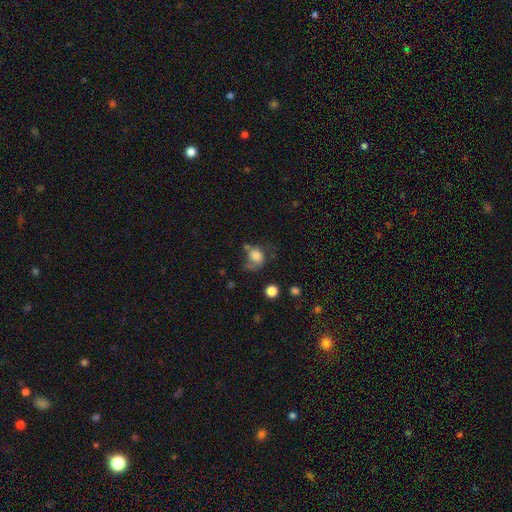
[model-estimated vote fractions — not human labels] Morphology: type=smooth (70%); roundness=round (54%); merging=none (32%).